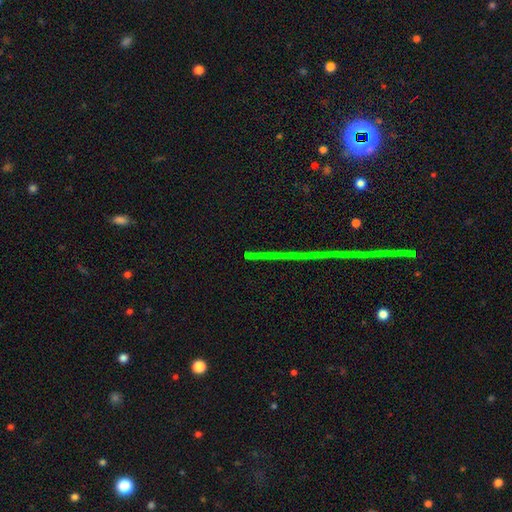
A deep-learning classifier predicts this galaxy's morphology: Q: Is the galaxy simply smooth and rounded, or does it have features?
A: star or artifact — 79%.